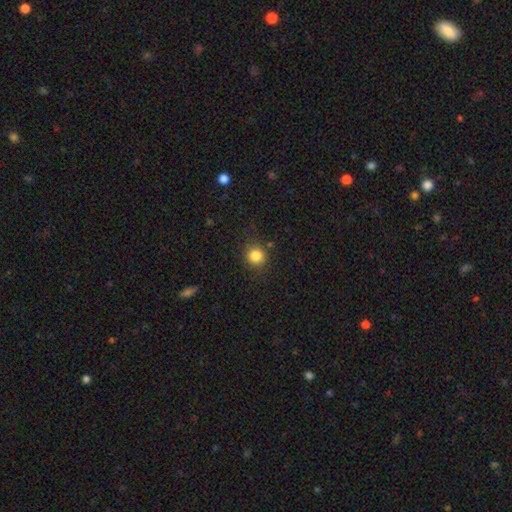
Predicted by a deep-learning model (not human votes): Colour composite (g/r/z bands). It shows a smooth galaxy with no disk features (84%) that is round (90%). Merging: none (85%).